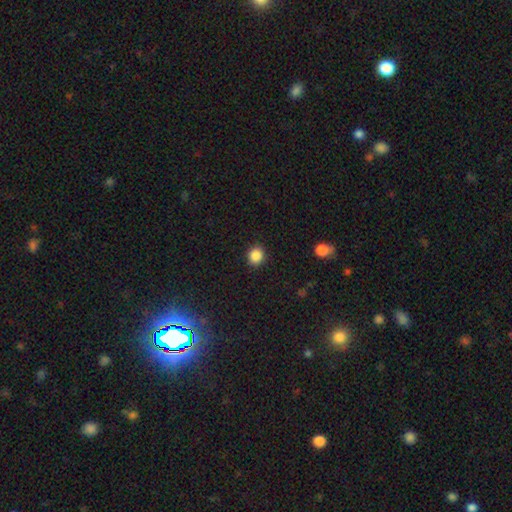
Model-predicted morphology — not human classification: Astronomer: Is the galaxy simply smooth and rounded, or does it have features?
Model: smooth — 87%.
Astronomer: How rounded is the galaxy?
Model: round — 79%.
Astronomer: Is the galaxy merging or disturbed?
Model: none — 90%.